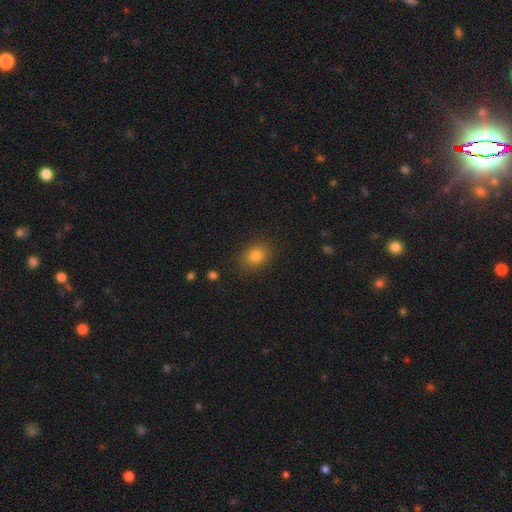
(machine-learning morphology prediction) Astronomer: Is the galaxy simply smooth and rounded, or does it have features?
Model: smooth — 80%.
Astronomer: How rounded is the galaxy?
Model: round — 50% (runner-up: in between, 49%).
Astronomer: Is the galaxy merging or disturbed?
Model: none — 86%.